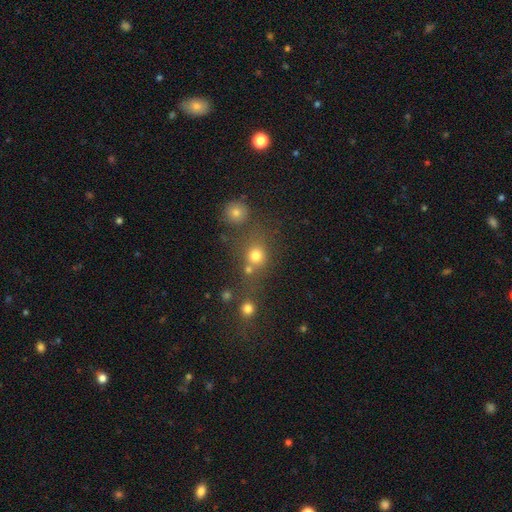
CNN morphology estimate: A smooth galaxy with no disk features (75%) that is round (84%). Merging: none (59%).